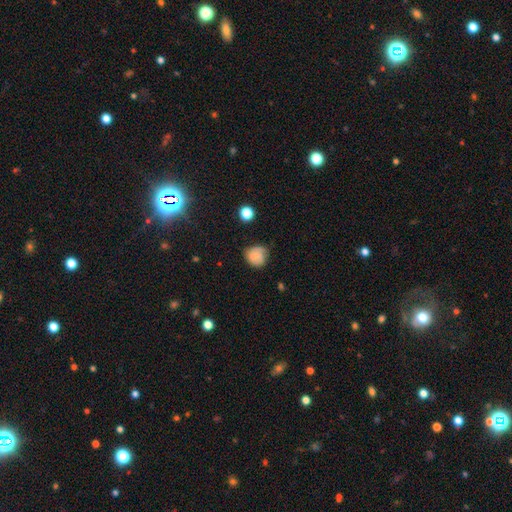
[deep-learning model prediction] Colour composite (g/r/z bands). It shows a smooth galaxy with no disk features (70%) that is round (79%). Merging: none (62%).